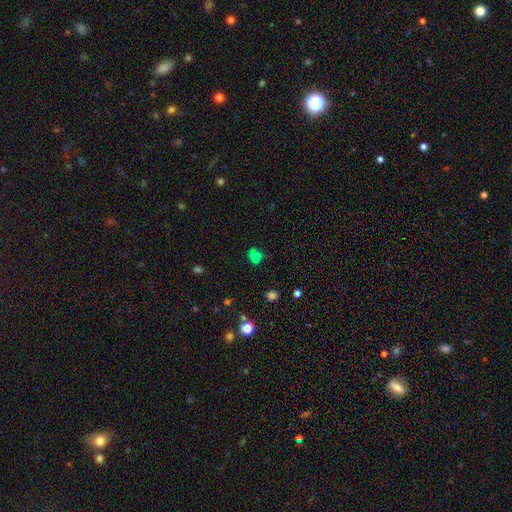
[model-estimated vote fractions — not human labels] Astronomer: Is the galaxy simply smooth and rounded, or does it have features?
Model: smooth — 66%.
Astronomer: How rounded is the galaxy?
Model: round — 54% (runner-up: in between, 44%).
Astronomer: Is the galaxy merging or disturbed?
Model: none — 55%.